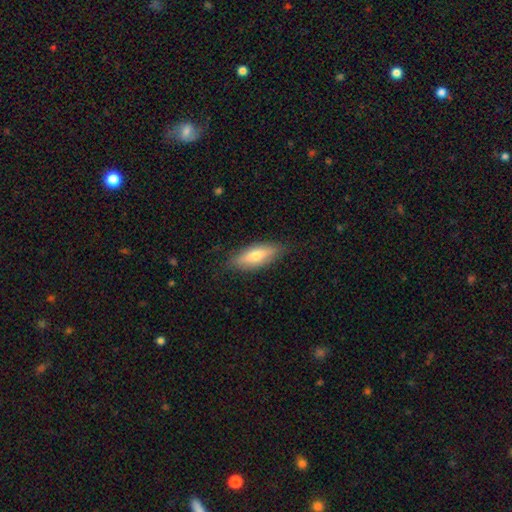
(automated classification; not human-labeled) smooth 62%, featured or disk 31%, star or artifact 6%. Down the decision tree: how rounded — in between (60%); merging — none (83%).